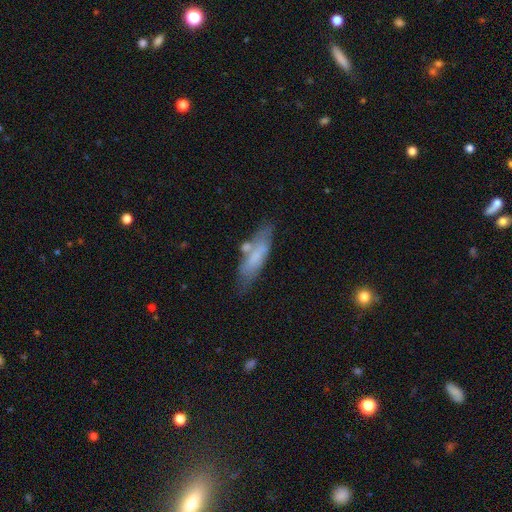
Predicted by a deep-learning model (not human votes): smooth-or-featured: smooth: 62% | featured or disk: 30% | star or artifact: 7%
  how-rounded: cigar-shaped: 58% | in between: 40% | round: 2%
  merging: none: 61% | minor disturbance: 21% | merger: 11% | major disturbance: 7%